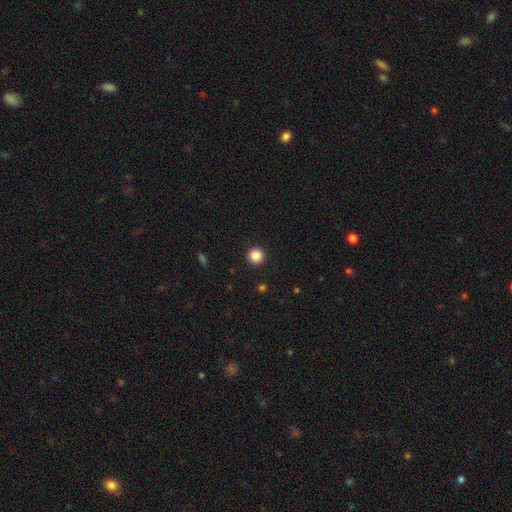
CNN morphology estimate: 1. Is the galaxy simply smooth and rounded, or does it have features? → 87% smooth, 10% star or artifact, 3% featured or disk.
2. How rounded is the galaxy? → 96% round, 3% in between, 1% cigar-shaped.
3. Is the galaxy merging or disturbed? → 93% none, 4% minor disturbance, 2% major disturbance, 1% merger.